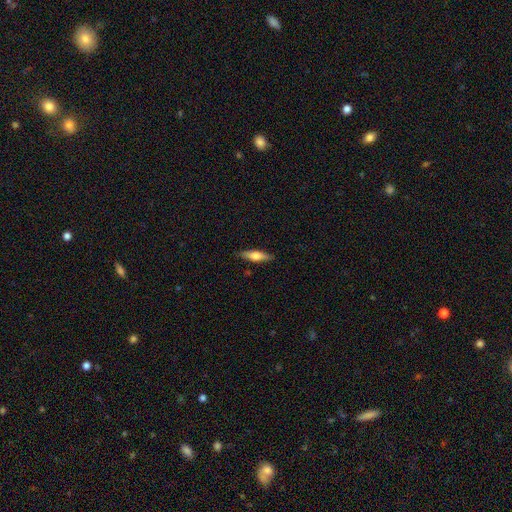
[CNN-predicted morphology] Smooth or featured? Predicted: smooth (p=0.53). How rounded? Predicted: cigar-shaped (p=0.65). Merging? Predicted: none (p=0.87).